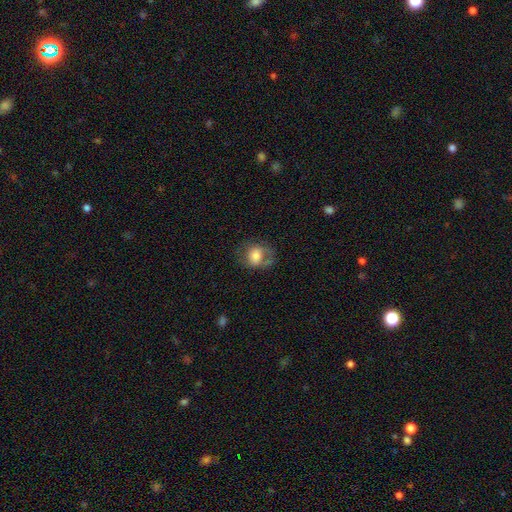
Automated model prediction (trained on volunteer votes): This appears to be a smooth galaxy with no disk features (65%) that is round (57%). Merging: none (51%).